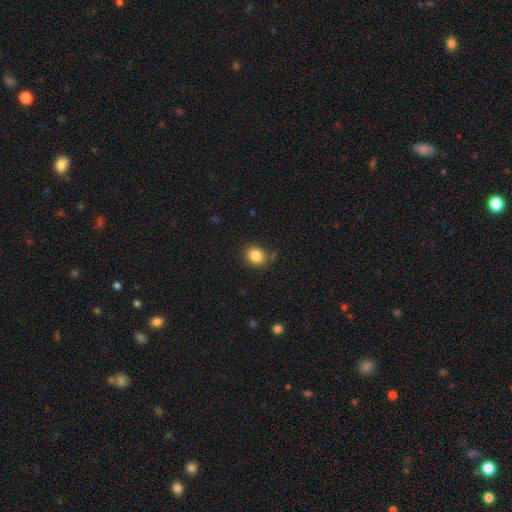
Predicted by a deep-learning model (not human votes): smooth 84%, star or artifact 10%, featured or disk 6%. Down the decision tree: how rounded — round (59%); merging — none (78%).